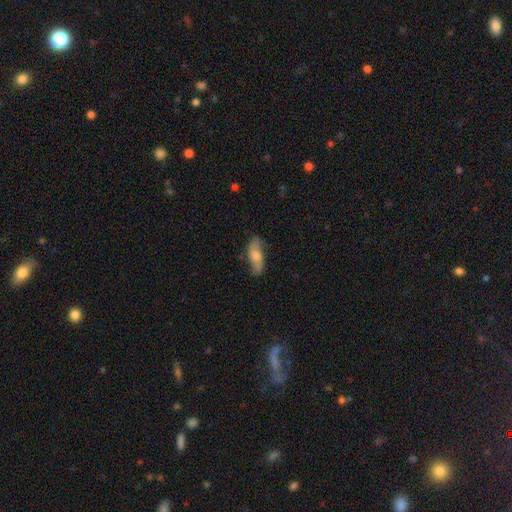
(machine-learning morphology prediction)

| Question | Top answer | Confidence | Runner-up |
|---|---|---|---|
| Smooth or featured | featured or disk | 52% | smooth (41%) |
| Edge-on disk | no | 72% | yes (28%) |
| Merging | none | 77% | minor disturbance (17%) |